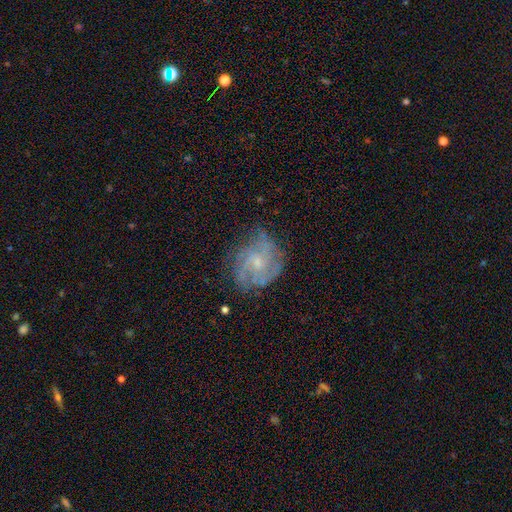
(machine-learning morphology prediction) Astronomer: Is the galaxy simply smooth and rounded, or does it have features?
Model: featured or disk — 69%.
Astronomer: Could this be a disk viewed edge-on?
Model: no — 97%.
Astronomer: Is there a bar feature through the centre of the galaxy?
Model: no — 70%.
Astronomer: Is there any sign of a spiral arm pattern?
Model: yes — 93%.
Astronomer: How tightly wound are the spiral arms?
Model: tight — 53% (runner-up: medium, 37%).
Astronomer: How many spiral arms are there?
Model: can't tell — 30% (runner-up: 3, 25%).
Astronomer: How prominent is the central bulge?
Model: small — 61%.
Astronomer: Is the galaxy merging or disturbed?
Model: none — 76%.